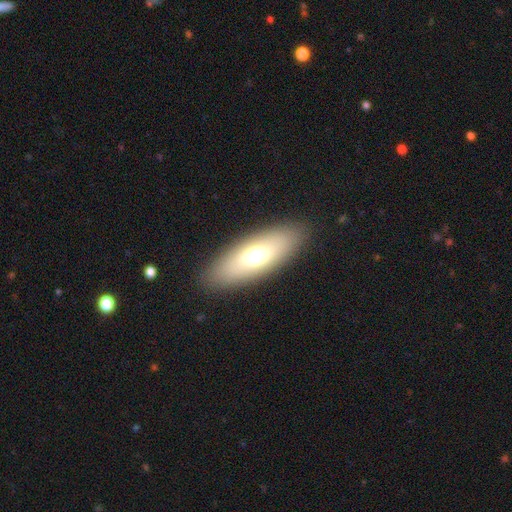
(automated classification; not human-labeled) smooth-or-featured: smooth: 62% | featured or disk: 31% | star or artifact: 7%
  how-rounded: in between: 70% | cigar-shaped: 27% | round: 3%
  merging: none: 88% | minor disturbance: 8% | major disturbance: 3% | merger: 1%